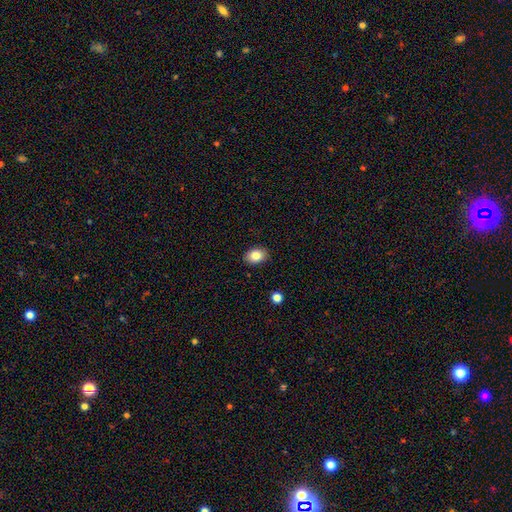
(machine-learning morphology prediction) Smooth or featured? smooth (83%)
How rounded? in between (74%)
Merging? none (88%)